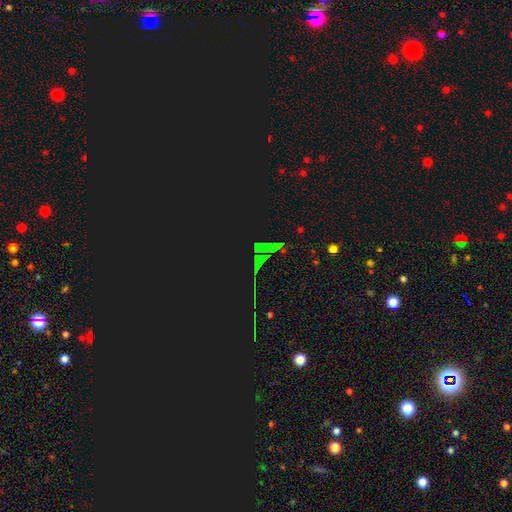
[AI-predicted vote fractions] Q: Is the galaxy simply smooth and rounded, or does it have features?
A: star or artifact — 76%.